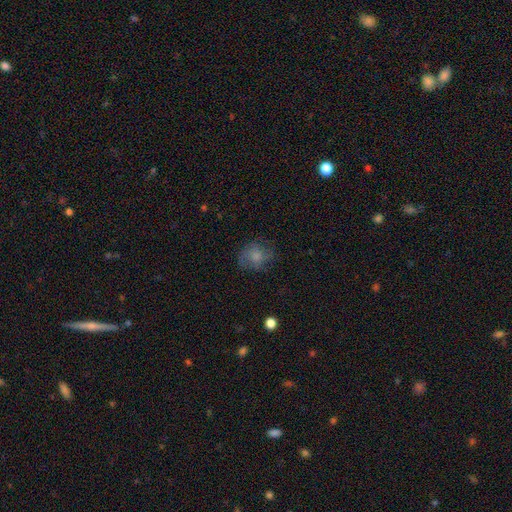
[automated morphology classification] Smooth or featured? Predicted: smooth (p=0.67). How rounded? Predicted: round (p=0.69). Merging? Predicted: none (p=0.62).